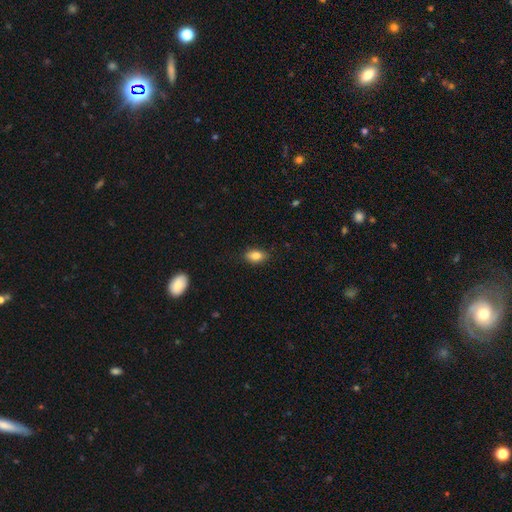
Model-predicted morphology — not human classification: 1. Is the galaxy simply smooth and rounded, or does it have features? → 85% smooth, 8% star or artifact, 7% featured or disk.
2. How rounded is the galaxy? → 88% in between, 8% round, 4% cigar-shaped.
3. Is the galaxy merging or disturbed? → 85% none, 11% minor disturbance, 2% major disturbance, 1% merger.